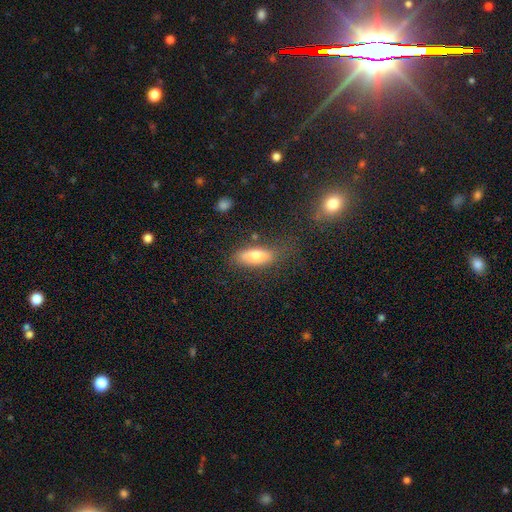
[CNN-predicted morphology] A smooth galaxy with no disk features (72%) that is in between round and cigar-shaped (70%). Merging: none (69%).